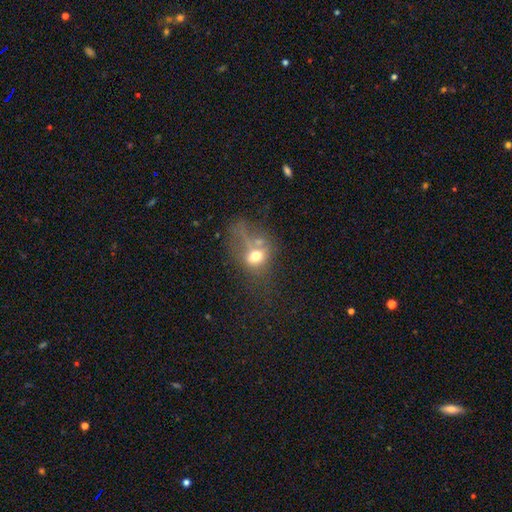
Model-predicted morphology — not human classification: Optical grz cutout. It shows a smooth galaxy with no disk features (61%) that is round (50%). Merging: major disturbance (39%).